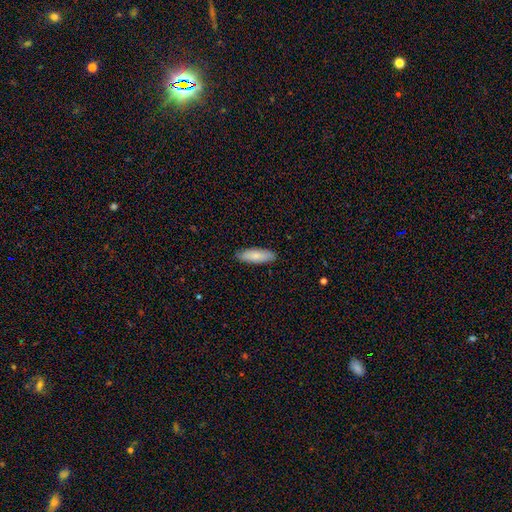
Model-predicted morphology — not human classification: Smooth or featured?
  - smooth: 81% *
  - featured or disk: 13%
  - star or artifact: 5%
How rounded?
  - in between: 59% *
  - cigar-shaped: 39%
  - round: 2%
Merging?
  - none: 87% *
  - minor disturbance: 10%
  - major disturbance: 2%
  - merger: 1%